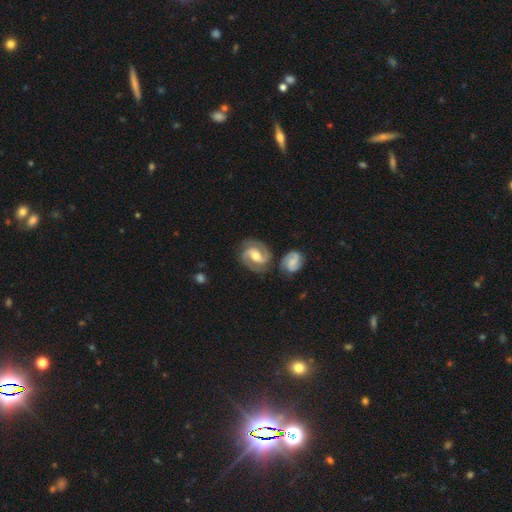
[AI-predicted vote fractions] A featured or disk galaxy (86%) with a weak bar (42%), 2 (92%) medium (53%) spiral arms (96%) and a moderate central bulge (70%).

Vote fractions:
- Smooth or featured? featured or disk: 86% / smooth: 9% / star or artifact: 5%
- Edge-on disk? no: 97% / yes: 3%
- Bar? weak: 42% / strong: 35% / no: 23%
- Spiral arms? yes: 96% / no: 4%
- Spiral winding? medium: 53% / tight: 37% / loose: 11%
- Spiral arm count? 2: 92% / can't tell: 3% / 3: 2% / 1: 1% / 4: 1% / more than 4: 1%
- Bulge size? moderate: 70% / small: 22% / large: 6% / none: 1% / dominant: 1%
- Merging? none: 76% / minor disturbance: 12% / merger: 8% / major disturbance: 4%